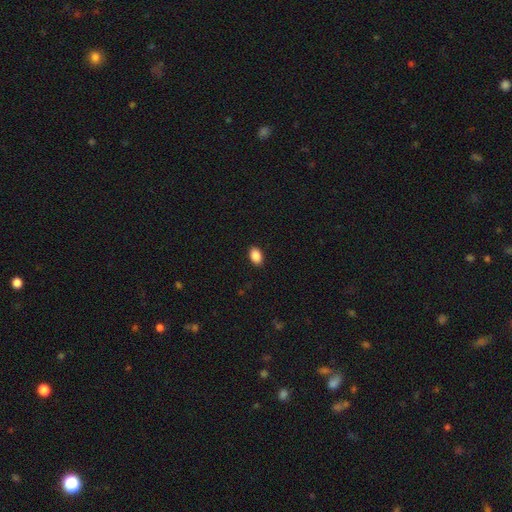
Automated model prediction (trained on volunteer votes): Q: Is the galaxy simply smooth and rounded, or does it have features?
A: smooth — 89%.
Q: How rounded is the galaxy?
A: in between — 88%.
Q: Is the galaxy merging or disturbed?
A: none — 90%.